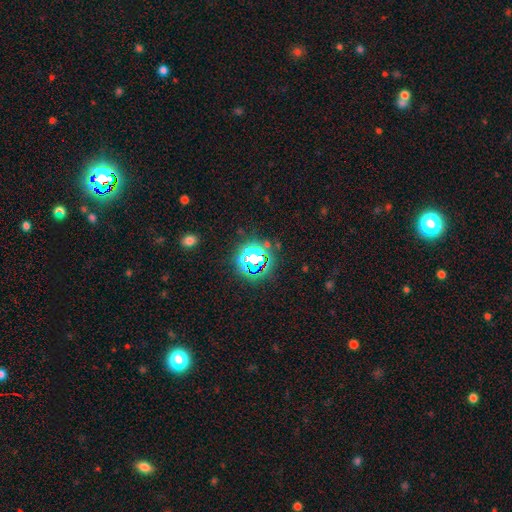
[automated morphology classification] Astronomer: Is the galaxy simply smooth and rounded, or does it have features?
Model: star or artifact — 74%.